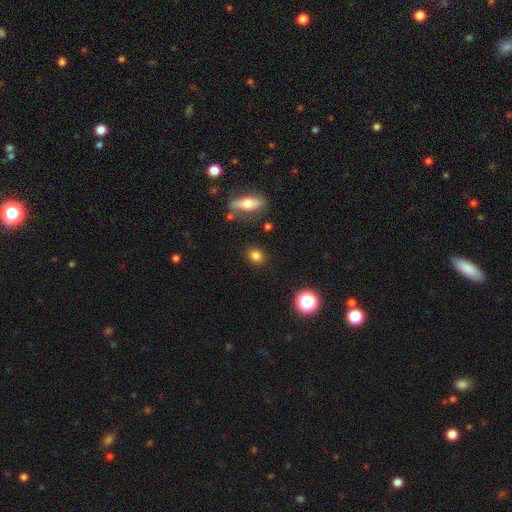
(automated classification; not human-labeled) Overall: smooth (80%). How rounded: round (64%; in between 33%). Merging: none (85%).